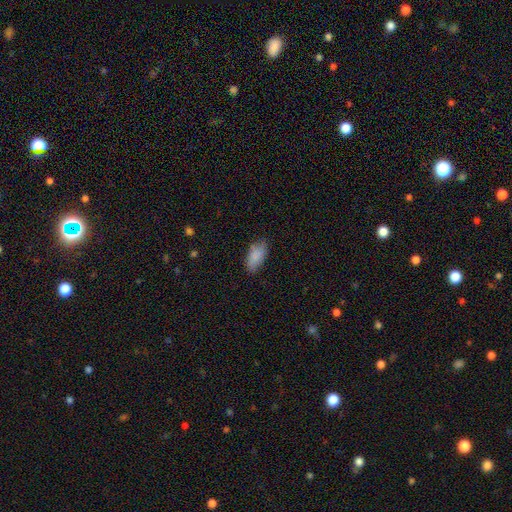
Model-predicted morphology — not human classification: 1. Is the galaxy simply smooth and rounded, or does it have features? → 86% smooth, 7% featured or disk, 7% star or artifact.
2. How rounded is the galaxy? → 91% in between, 6% cigar-shaped, 3% round.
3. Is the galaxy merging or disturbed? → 75% none, 20% minor disturbance, 4% major disturbance, 1% merger.